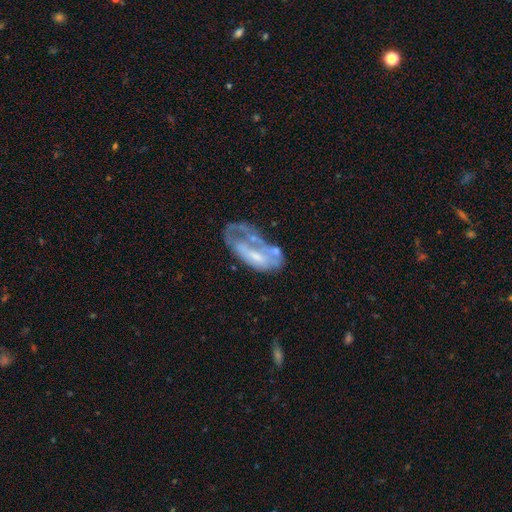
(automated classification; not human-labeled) A featured or disk galaxy (60%) with no bar (66%), no spiral arms (69%) and a small central bulge (37%). Merging: major disturbance (37%).